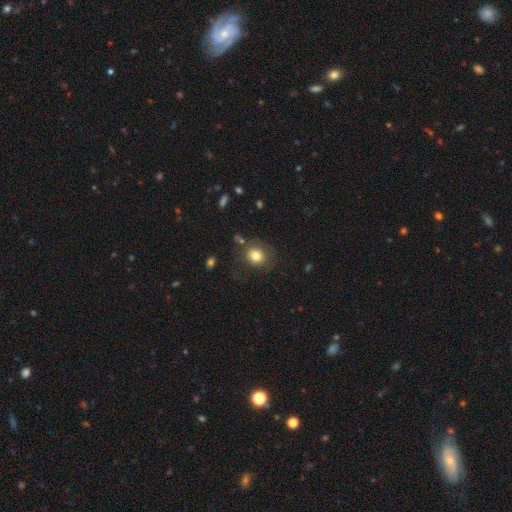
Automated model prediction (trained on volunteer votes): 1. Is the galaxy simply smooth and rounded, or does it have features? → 80% smooth, 10% featured or disk, 10% star or artifact.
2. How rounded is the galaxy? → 74% round, 25% in between, 1% cigar-shaped.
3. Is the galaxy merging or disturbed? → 72% none, 16% minor disturbance, 8% major disturbance, 4% merger.